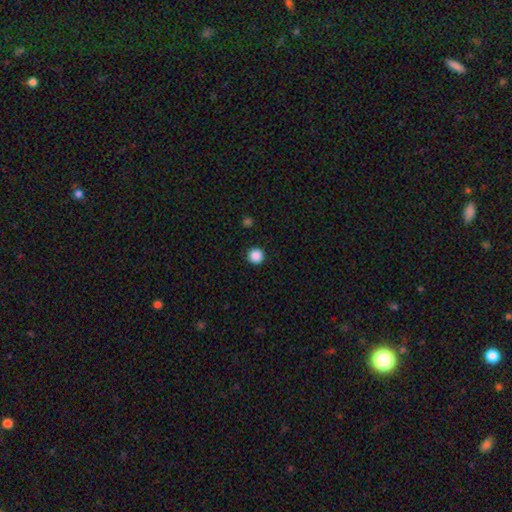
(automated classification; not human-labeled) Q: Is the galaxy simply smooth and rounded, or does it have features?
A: smooth — 87%.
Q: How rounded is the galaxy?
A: round — 97%.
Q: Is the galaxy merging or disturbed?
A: none — 93%.